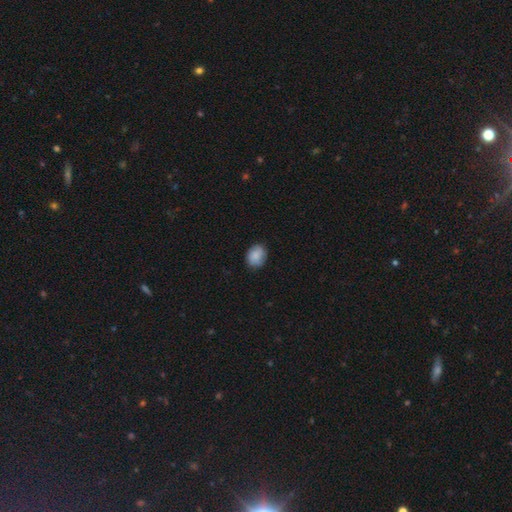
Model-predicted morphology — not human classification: smooth_or_featured: smooth (p=0.82) [alt: featured or disk p=0.11]
how_rounded: round (p=0.56) [alt: in between p=0.43]
merging: none (p=0.78) [alt: minor disturbance p=0.18]